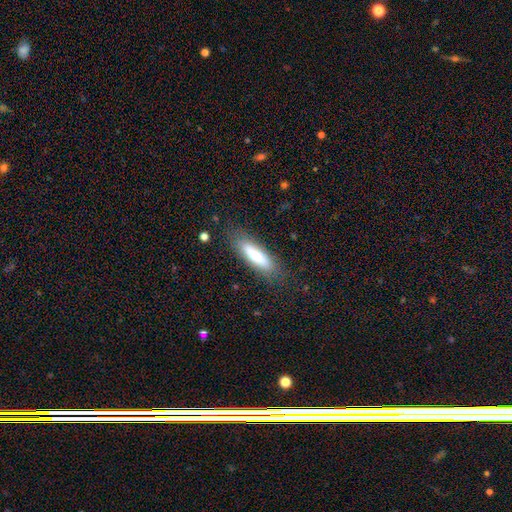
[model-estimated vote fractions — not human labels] This is likely a smooth galaxy (77%). How rounded: likely cigar-shaped (63%). Merging: clearly none (82%).